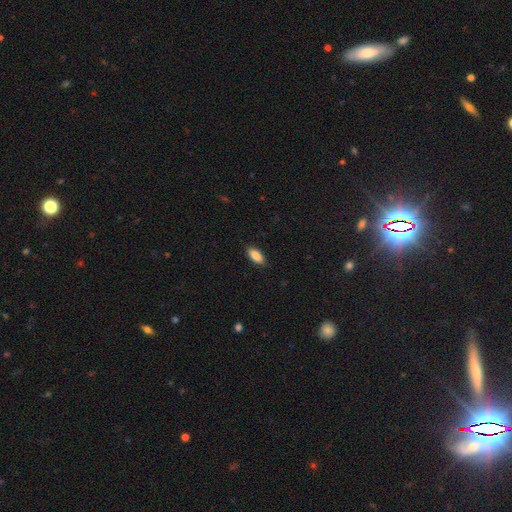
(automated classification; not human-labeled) Smooth or featured?
  - smooth: 86% *
  - featured or disk: 8%
  - star or artifact: 6%
How rounded?
  - in between: 85% *
  - cigar-shaped: 13%
  - round: 2%
Merging?
  - none: 87% *
  - minor disturbance: 10%
  - major disturbance: 2%
  - merger: 1%